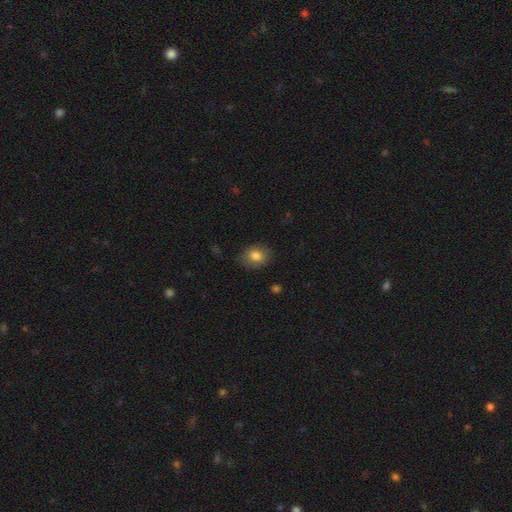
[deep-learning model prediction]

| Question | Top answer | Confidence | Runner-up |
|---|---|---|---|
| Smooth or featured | smooth | 82% | featured or disk (10%) |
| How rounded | in between | 58% | round (41%) |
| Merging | none | 78% | minor disturbance (16%) |